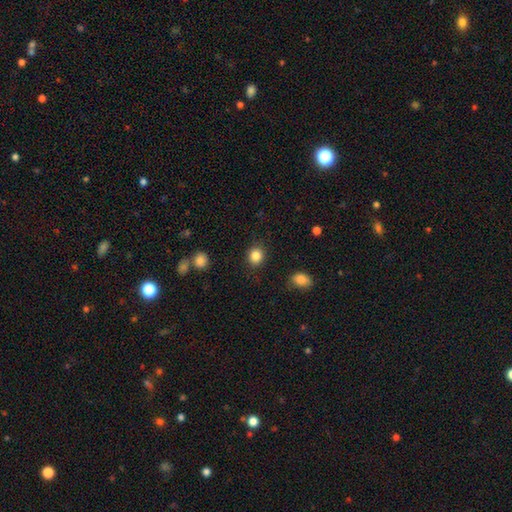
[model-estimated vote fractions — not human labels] A smooth galaxy with no disk features (85%) that is round (77%). Merging: none (87%).